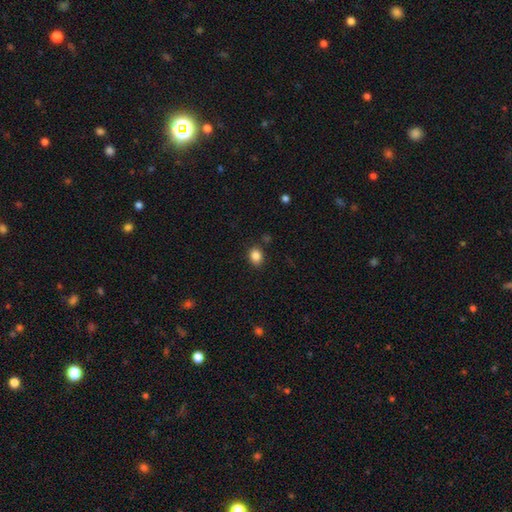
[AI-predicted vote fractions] A smooth galaxy with no disk features (86%) that is round (52%).

Vote fractions:
- Smooth or featured? smooth: 86% / star or artifact: 10% / featured or disk: 4%
- How rounded? round: 52% / in between: 47% / cigar-shaped: 1%
- Merging? none: 85% / minor disturbance: 9% / merger: 3% / major disturbance: 3%